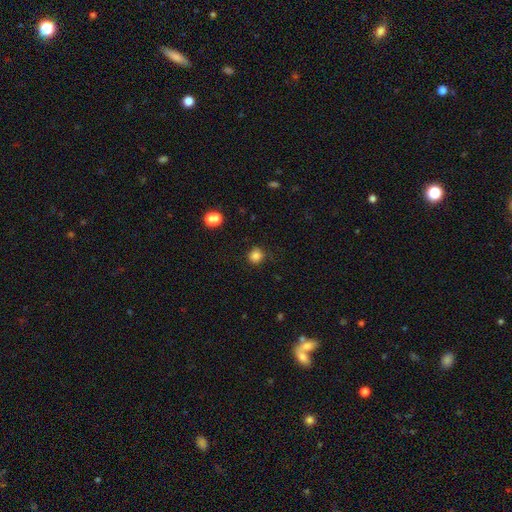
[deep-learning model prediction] smooth-or-featured: smooth: 84% | star or artifact: 12% | featured or disk: 4%
  how-rounded: round: 87% | in between: 12% | cigar-shaped: 1%
  merging: none: 82% | minor disturbance: 13% | major disturbance: 3% | merger: 2%